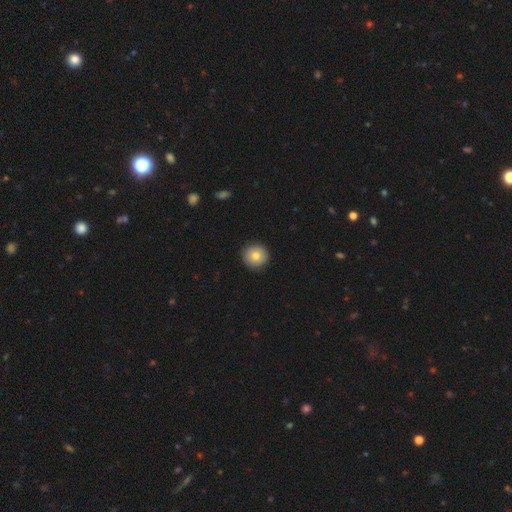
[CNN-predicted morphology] Smooth or featured?
  - smooth: 78% *
  - featured or disk: 13%
  - star or artifact: 9%
How rounded?
  - round: 94% *
  - in between: 5%
  - cigar-shaped: 1%
Merging?
  - none: 91% *
  - minor disturbance: 6%
  - major disturbance: 2%
  - merger: 1%